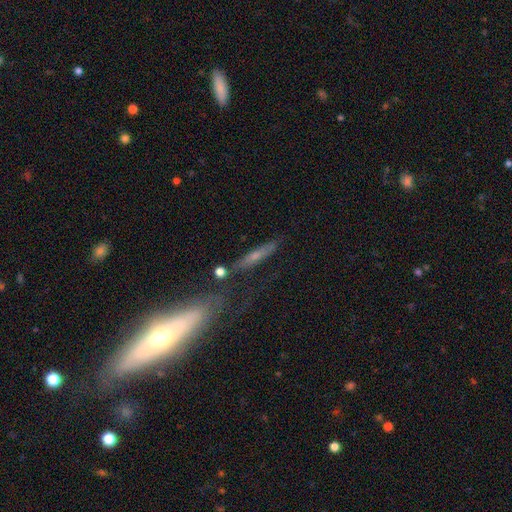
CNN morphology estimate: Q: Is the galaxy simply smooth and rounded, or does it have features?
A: featured or disk — 46%.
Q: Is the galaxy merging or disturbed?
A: none — 70%.